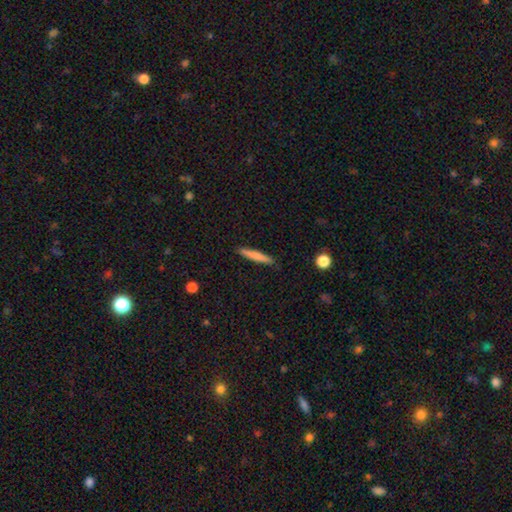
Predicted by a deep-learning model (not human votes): A smooth galaxy with no disk features (76%) that is cigar-shaped (93%).

Vote fractions:
- Smooth or featured? smooth: 76% / featured or disk: 18% / star or artifact: 6%
- How rounded? cigar-shaped: 93% / in between: 5% / round: 1%
- Merging? none: 89% / minor disturbance: 8% / major disturbance: 2% / merger: 1%